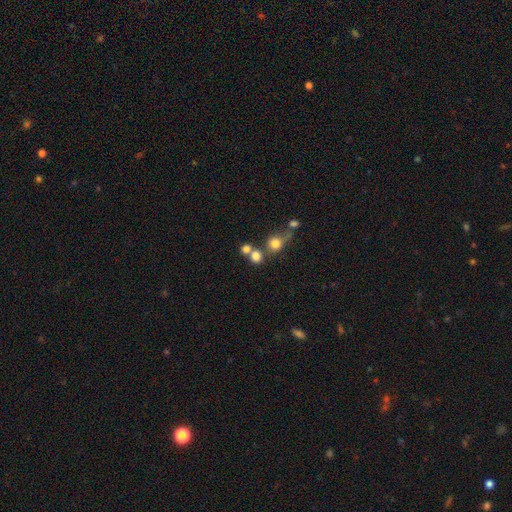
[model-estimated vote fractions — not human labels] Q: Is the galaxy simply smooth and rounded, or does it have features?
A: smooth — 76%.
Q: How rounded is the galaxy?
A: round — 82%.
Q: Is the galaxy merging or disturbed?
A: none — 49%.